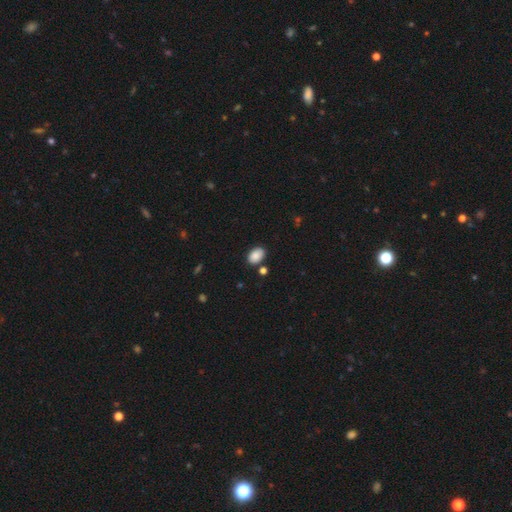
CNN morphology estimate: Q: Smooth or featured?
A: smooth (88%); runner-up: star or artifact (8%)
Q: How rounded?
A: in between (87%); runner-up: round (12%)
Q: Merging?
A: none (81%); runner-up: minor disturbance (12%)